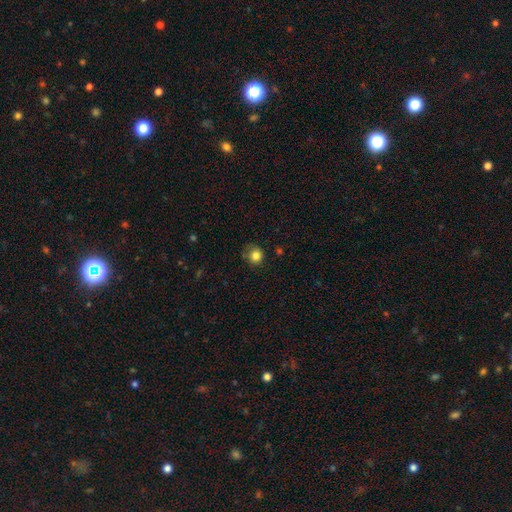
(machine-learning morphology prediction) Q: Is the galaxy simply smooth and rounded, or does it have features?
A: smooth — 83%.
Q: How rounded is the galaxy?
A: round — 85%.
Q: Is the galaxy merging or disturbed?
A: none — 71%.